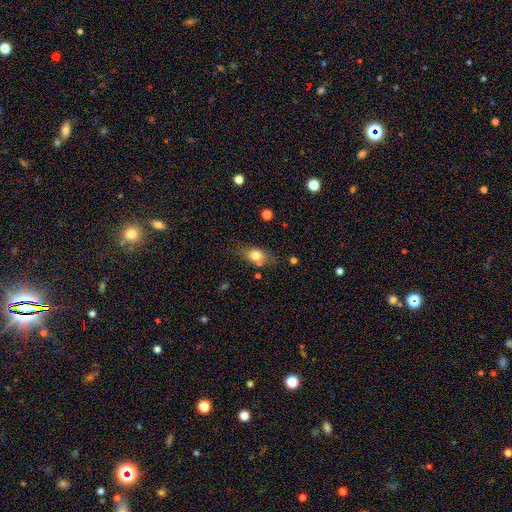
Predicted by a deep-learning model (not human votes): smooth-or-featured: smooth: 76% | featured or disk: 15% | star or artifact: 10%
  how-rounded: in between: 75% | round: 21% | cigar-shaped: 5%
  merging: none: 64% | minor disturbance: 20% | merger: 10% | major disturbance: 6%